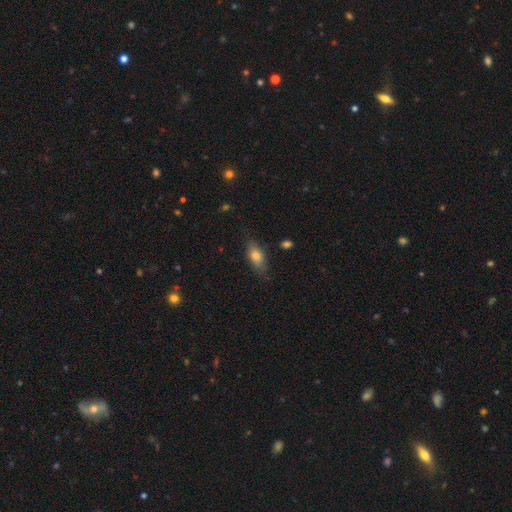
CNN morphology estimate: A smooth galaxy with no disk features (76%) that is in between round and cigar-shaped (82%).

Vote fractions:
- Smooth or featured? smooth: 76% / featured or disk: 17% / star or artifact: 8%
- How rounded? in between: 82% / cigar-shaped: 13% / round: 5%
- Merging? none: 77% / minor disturbance: 18% / major disturbance: 4% / merger: 2%